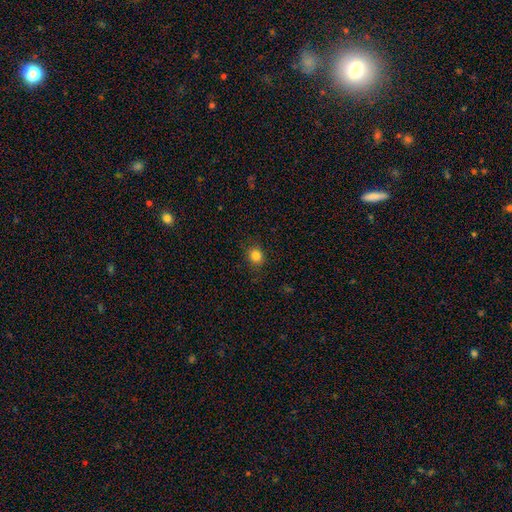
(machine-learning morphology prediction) Smooth or featured: smooth — 84% (star or artifact — 12%)
How rounded: round — 75% (in between — 24%)
Merging: none — 87% (minor disturbance — 10%)